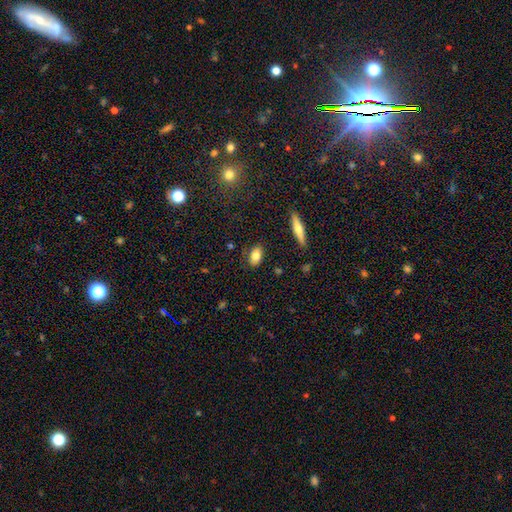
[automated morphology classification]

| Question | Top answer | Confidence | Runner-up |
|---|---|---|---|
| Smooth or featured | smooth | 80% | featured or disk (13%) |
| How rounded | in between | 87% | round (9%) |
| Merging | none | 84% | minor disturbance (12%) |